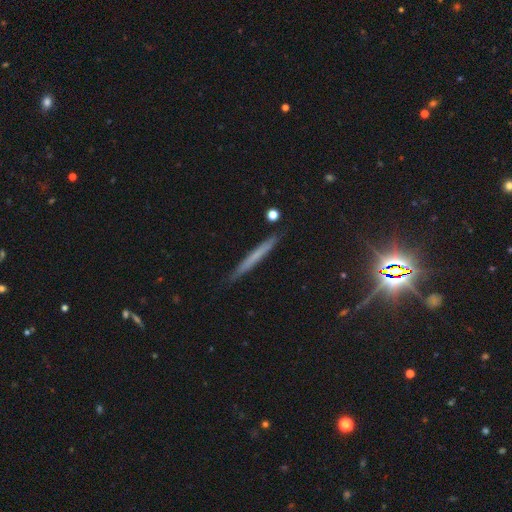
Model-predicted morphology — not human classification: Smooth or featured?
  - smooth: 52% *
  - featured or disk: 39%
  - star or artifact: 8%
How rounded?
  - cigar-shaped: 96% *
  - in between: 2%
  - round: 2%
Merging?
  - none: 89% *
  - minor disturbance: 8%
  - major disturbance: 1%
  - merger: 1%